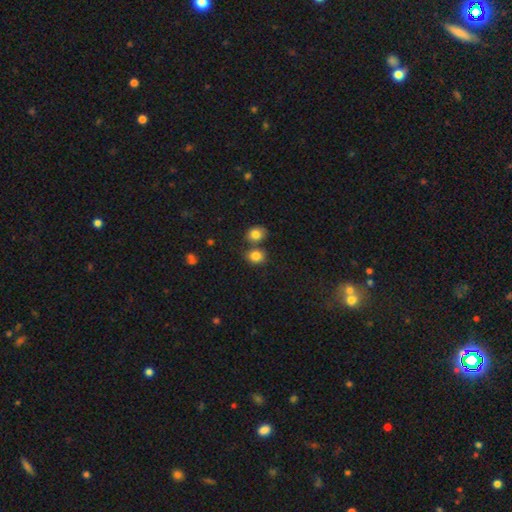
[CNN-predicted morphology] This is clearly a smooth galaxy (83%). How rounded: possibly round (55%). Merging: possibly none (56%).